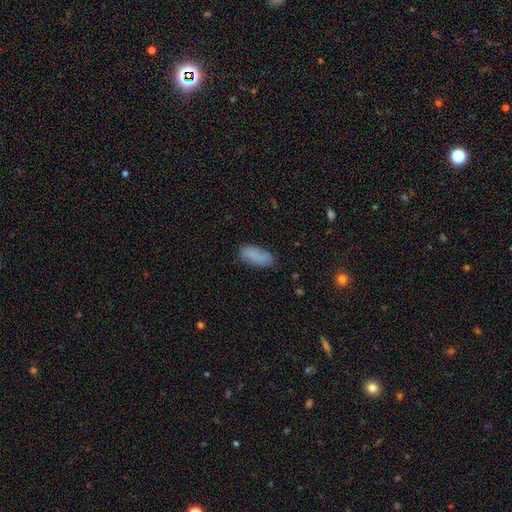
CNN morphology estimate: Smooth or featured: smooth — 84% (featured or disk — 8%)
How rounded: in between — 84% (cigar-shaped — 14%)
Merging: none — 79% (minor disturbance — 16%)